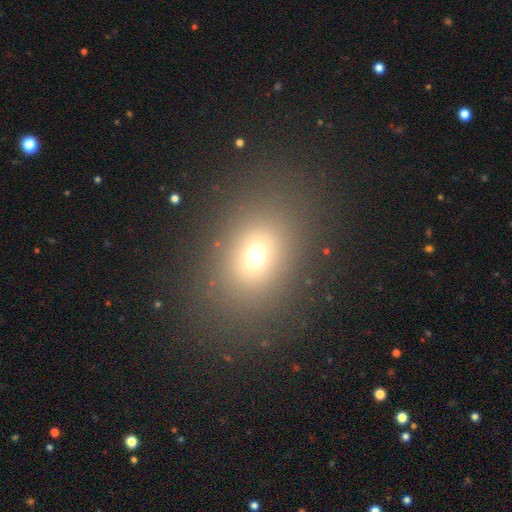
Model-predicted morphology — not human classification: type=smooth (67%); roundness=in between (57%); merging=none (82%).